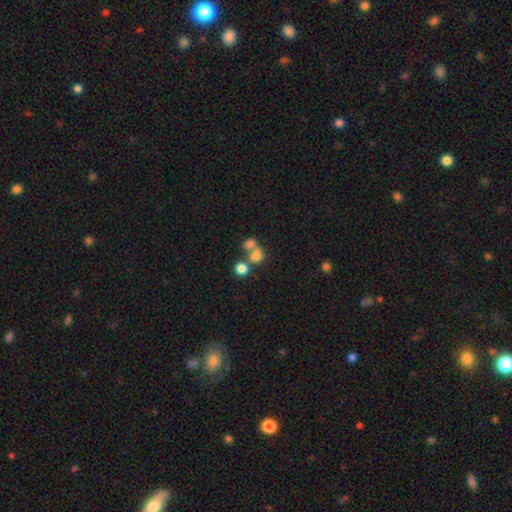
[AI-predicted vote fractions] smooth_or_featured: smooth (p=0.71) [alt: star or artifact p=0.14]
how_rounded: round (p=0.70) [alt: in between p=0.28]
merging: merger (p=0.51) [alt: none p=0.35]